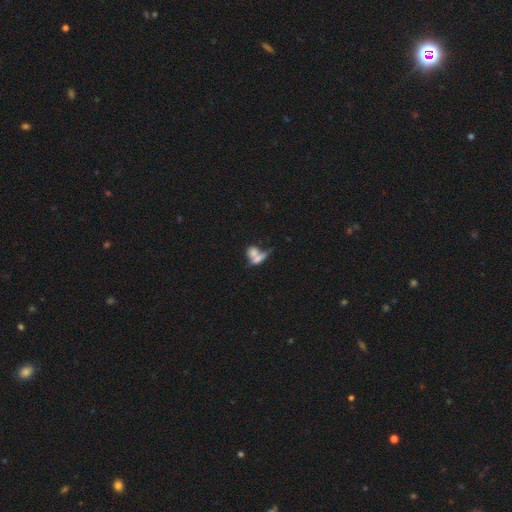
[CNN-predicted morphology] smooth 64%, featured or disk 26%, star or artifact 10%. Down the decision tree: how rounded — in between (58%); merging — merger (62%).